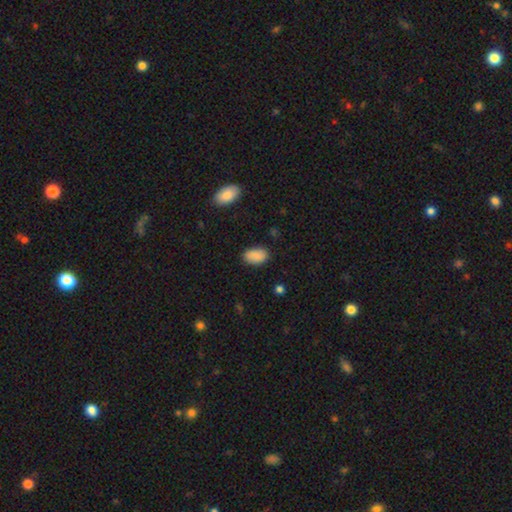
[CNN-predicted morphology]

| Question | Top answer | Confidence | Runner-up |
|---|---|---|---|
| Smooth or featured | smooth | 88% | star or artifact (7%) |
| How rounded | in between | 92% | round (6%) |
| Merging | none | 83% | minor disturbance (13%) |